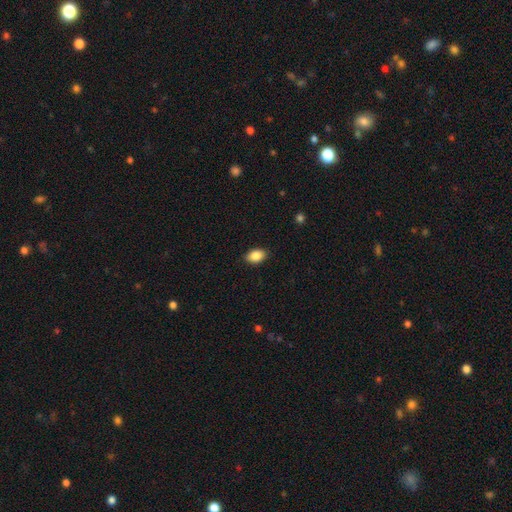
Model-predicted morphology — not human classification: smooth 88%, star or artifact 8%, featured or disk 4%. Down the decision tree: how rounded — in between (87%); merging — none (88%).